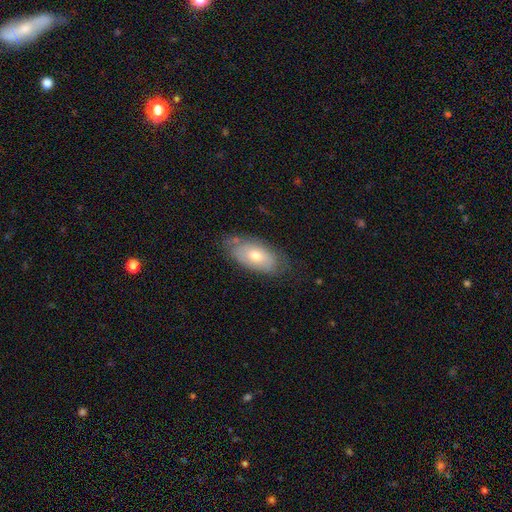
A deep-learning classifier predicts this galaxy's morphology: Smooth or featured? Predicted: smooth (p=0.66). How rounded? Predicted: in between (p=0.92). Merging? Predicted: none (p=0.68).